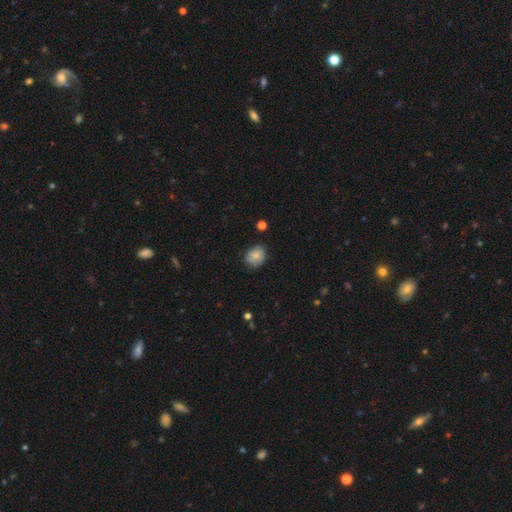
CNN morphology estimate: A smooth galaxy with no disk features (82%) that is round (53%). Merging: none (74%).